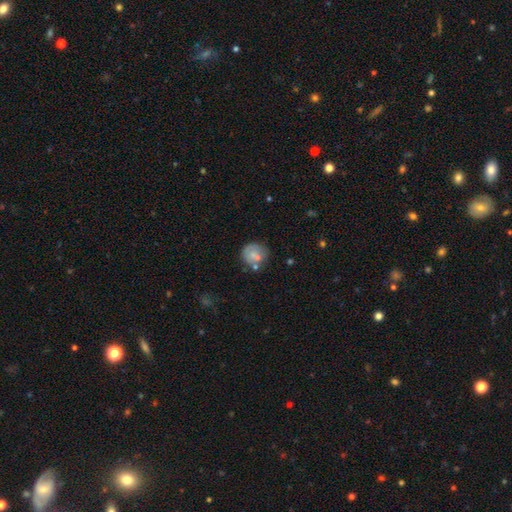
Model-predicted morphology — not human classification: Smooth or featured? Predicted: smooth (p=0.68). How rounded? Predicted: round (p=0.83). Merging? Predicted: none (p=0.58).